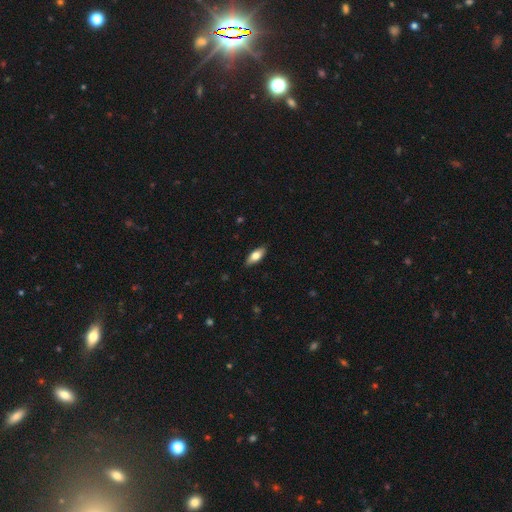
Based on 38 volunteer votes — A smooth galaxy with no disk features (66%) that is in between round and cigar-shaped (64%). Merging: none (84%).